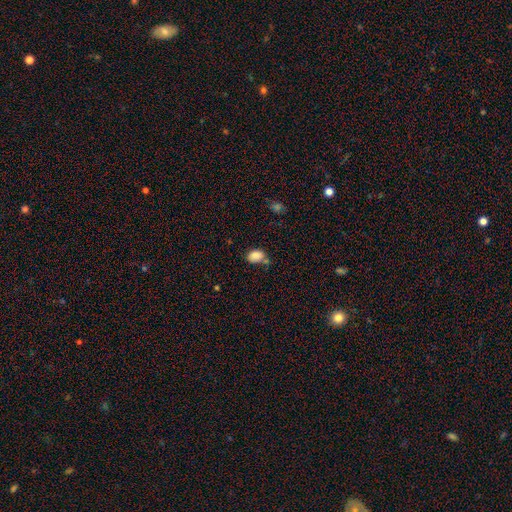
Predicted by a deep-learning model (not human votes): smooth_or_featured: smooth (p=0.86) [alt: star or artifact p=0.09]
how_rounded: in between (p=0.80) [alt: round p=0.19]
merging: none (p=0.58) [alt: minor disturbance p=0.22]